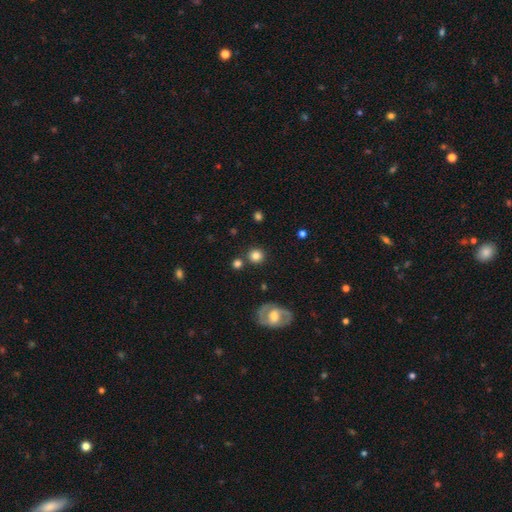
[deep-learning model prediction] A smooth galaxy with no disk features (81%) that is round (90%).

Vote fractions:
- Smooth or featured? smooth: 81% / star or artifact: 11% / featured or disk: 9%
- How rounded? round: 90% / in between: 9% / cigar-shaped: 1%
- Merging? none: 81% / minor disturbance: 8% / merger: 7% / major disturbance: 3%